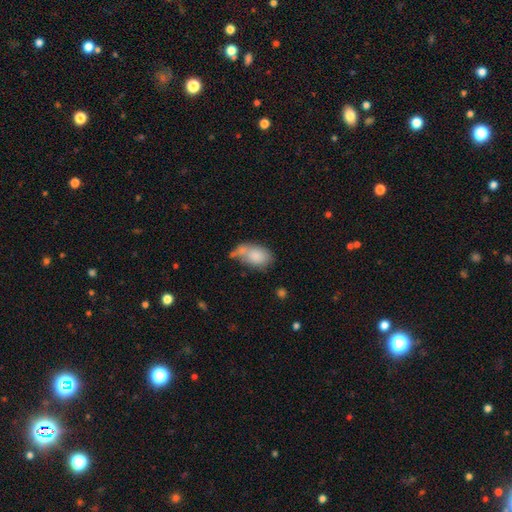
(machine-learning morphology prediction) Smooth or featured? Predicted: smooth (p=0.80). How rounded? Predicted: in between (p=0.86). Merging? Predicted: none (p=0.36).